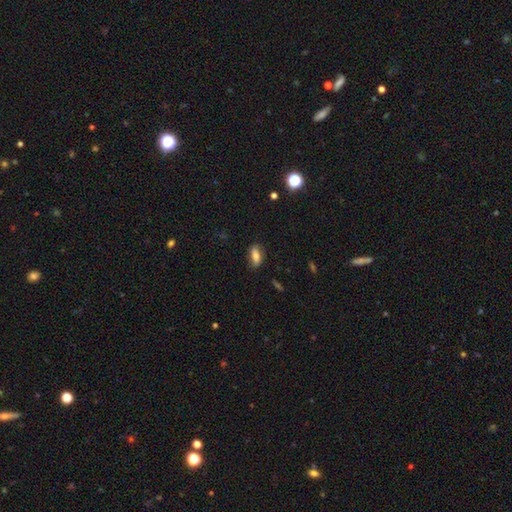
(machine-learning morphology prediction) This appears to be a smooth galaxy with no disk features (66%) that is in between round and cigar-shaped (81%). Merging: none (77%).